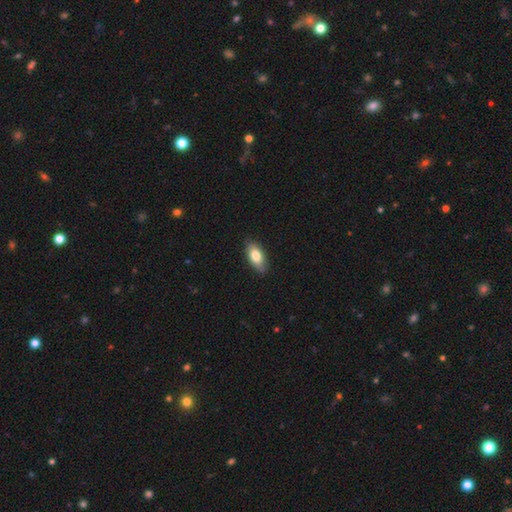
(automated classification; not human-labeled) A smooth galaxy with no disk features (77%) that is in between round and cigar-shaped (87%). Merging: none (86%).